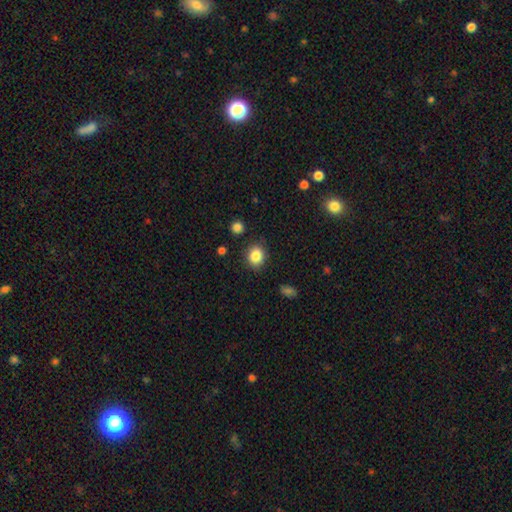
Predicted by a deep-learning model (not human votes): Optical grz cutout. It shows a smooth galaxy with no disk features (86%) that is round (67%). Merging: none (85%).